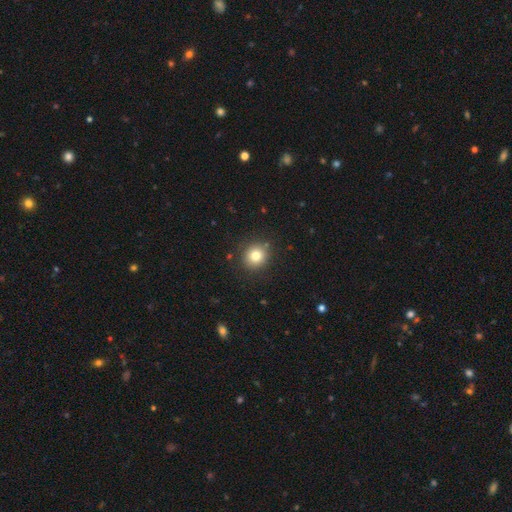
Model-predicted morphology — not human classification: Smooth or featured? smooth (81%)
How rounded? round (85%)
Merging? none (88%)